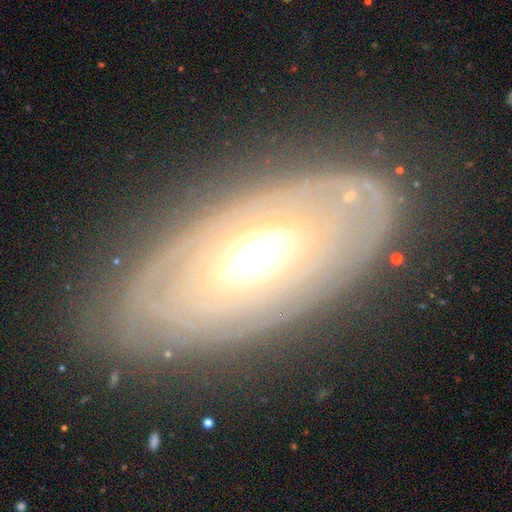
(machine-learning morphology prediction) featured or disk 74%, smooth 19%, star or artifact 7%. Down the decision tree: edge-on disk — no (83%); bar — no (61%); spiral arms — no (52%); bulge size — moderate (58%); merging — none (79%).